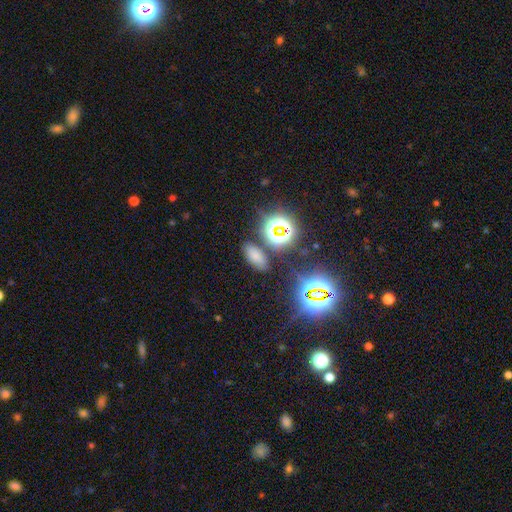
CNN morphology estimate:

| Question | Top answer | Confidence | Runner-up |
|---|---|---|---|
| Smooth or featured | smooth | 60% | star or artifact (31%) |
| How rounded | in between | 85% | round (9%) |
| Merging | none | 81% | minor disturbance (10%) |